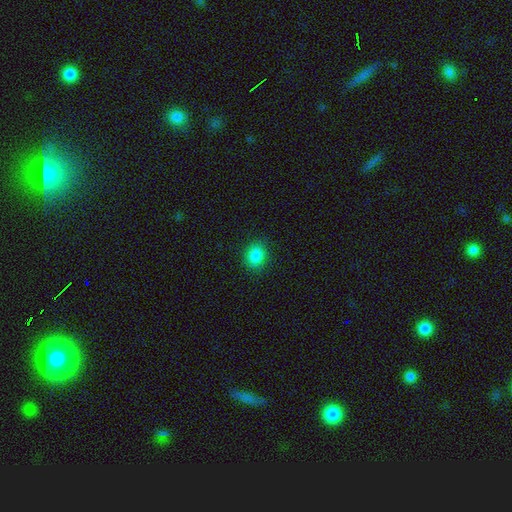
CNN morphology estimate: Smooth or featured? smooth (85%)
How rounded? round (62%)
Merging? none (89%)